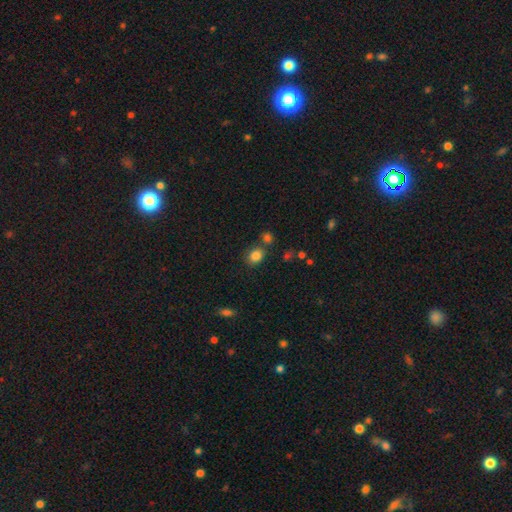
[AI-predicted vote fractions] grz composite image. It shows a smooth galaxy with no disk features (83%) that is in between round and cigar-shaped (50%). Merging: none (72%).